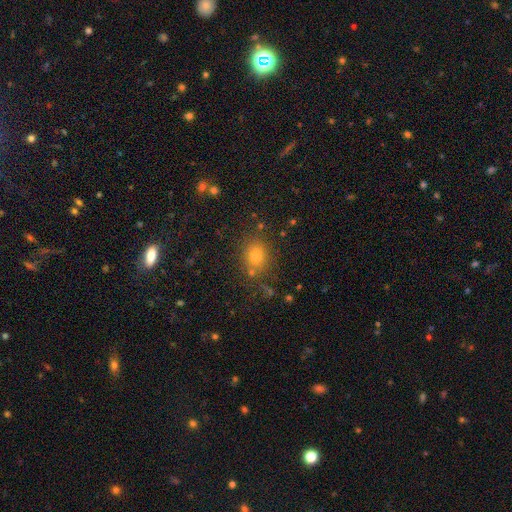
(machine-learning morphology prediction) Overall: smooth (74%). How rounded: round (61%; in between 37%). Merging: none (81%).